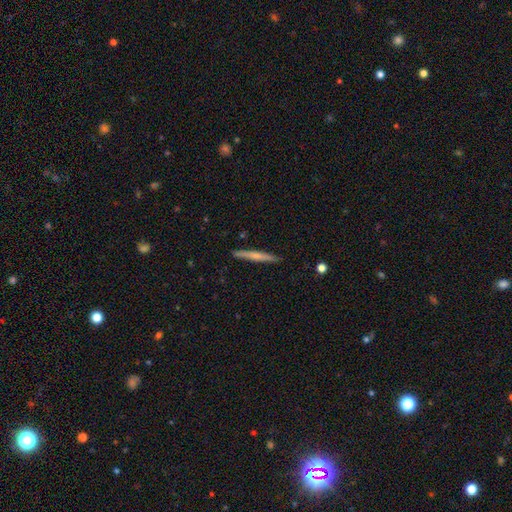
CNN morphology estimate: The model was most divided on "smooth or featured": smooth: 51%, featured or disk: 44%, star or artifact: 6%. More confident: how rounded — cigar-shaped (96%); merging — none (90%).